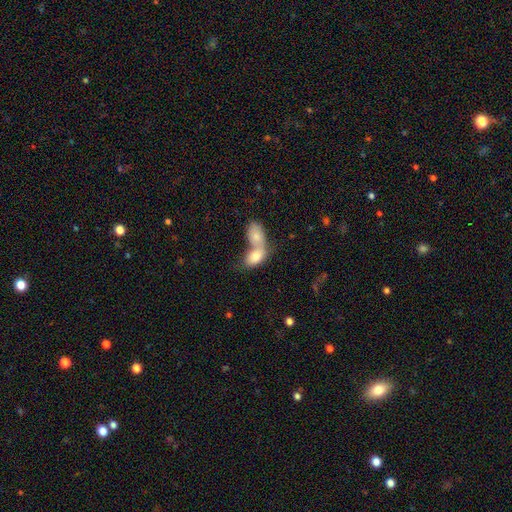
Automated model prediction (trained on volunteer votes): This is likely a smooth galaxy (78%). How rounded: clearly in between (87%). Merging: likely merger (78%).